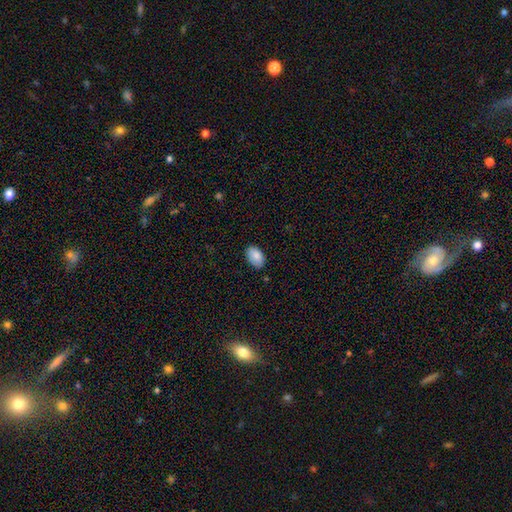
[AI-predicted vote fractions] This is clearly a smooth galaxy (88%). How rounded: clearly in between (93%). Merging: clearly none (84%).